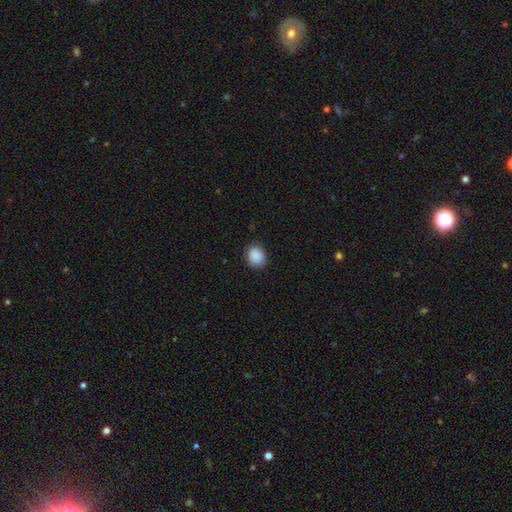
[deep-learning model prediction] Smooth or featured?
  - smooth: 89% *
  - star or artifact: 8%
  - featured or disk: 3%
How rounded?
  - round: 62% *
  - in between: 37%
  - cigar-shaped: 1%
Merging?
  - none: 86% *
  - minor disturbance: 10%
  - major disturbance: 2%
  - merger: 1%